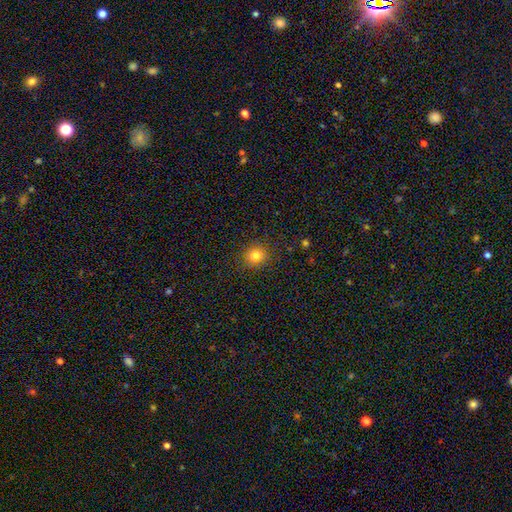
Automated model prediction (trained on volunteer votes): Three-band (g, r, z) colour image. It shows a smooth galaxy with no disk features (80%) that is round (88%). Merging: none (89%).